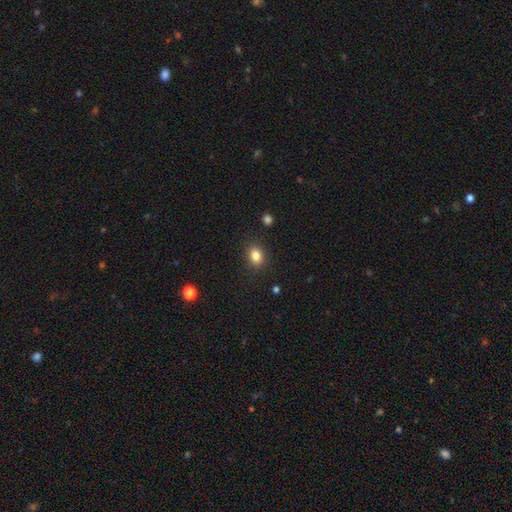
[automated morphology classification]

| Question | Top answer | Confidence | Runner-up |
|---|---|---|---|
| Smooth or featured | smooth | 84% | star or artifact (11%) |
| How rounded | in between | 58% | round (41%) |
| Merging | none | 87% | minor disturbance (9%) |